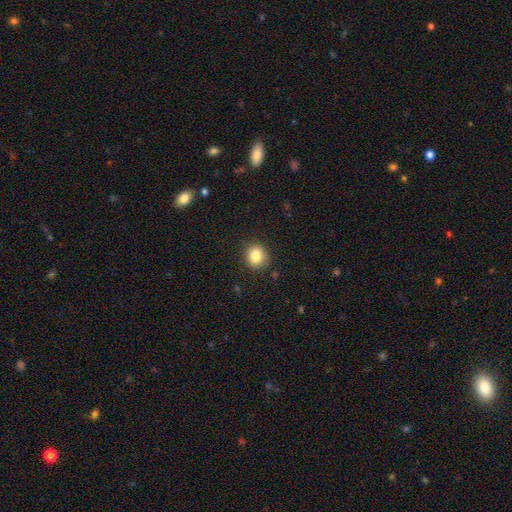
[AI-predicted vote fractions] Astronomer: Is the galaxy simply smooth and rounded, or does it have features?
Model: smooth — 84%.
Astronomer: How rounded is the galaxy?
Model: round — 83%.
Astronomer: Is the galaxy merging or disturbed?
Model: none — 88%.